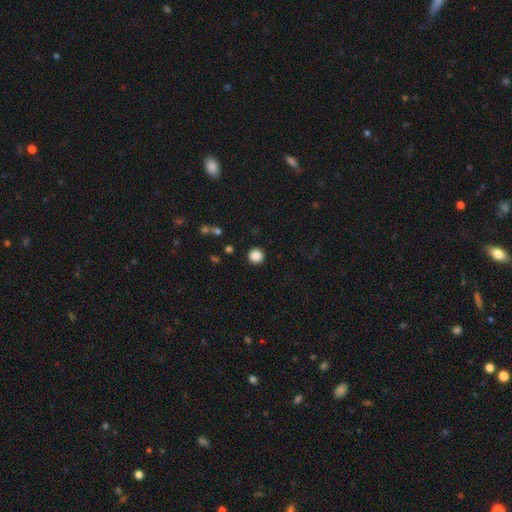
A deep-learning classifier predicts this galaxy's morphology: This appears to be a smooth galaxy with no disk features (87%) that is round (94%). Merging: none (91%).